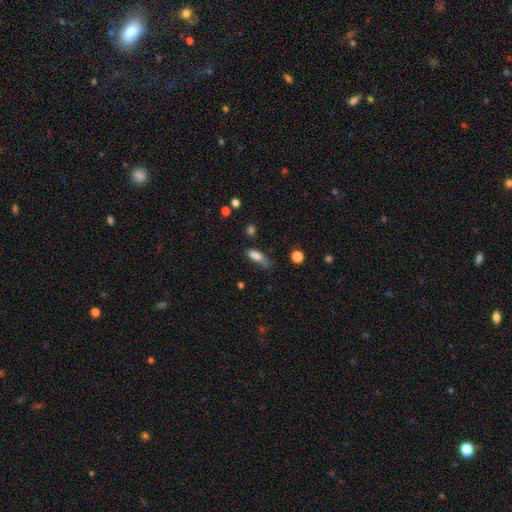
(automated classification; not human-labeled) Smooth or featured: smooth — 79% (featured or disk — 12%)
How rounded: in between — 67% (cigar-shaped — 29%)
Merging: minor disturbance — 39% (none — 38%)